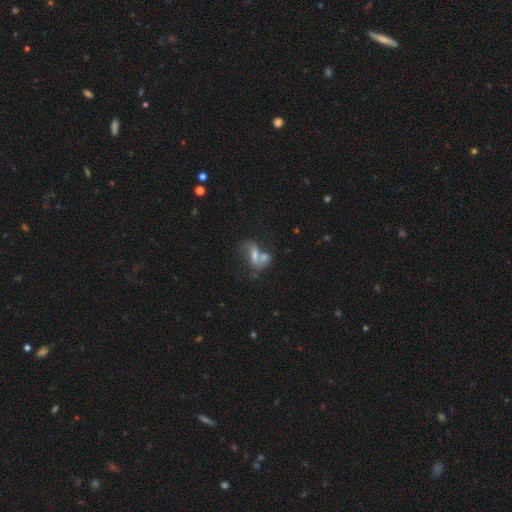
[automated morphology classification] A smooth galaxy with no disk features (52%) that is in between round and cigar-shaped (79%).

Vote fractions:
- Smooth or featured? smooth: 52% / featured or disk: 35% / star or artifact: 13%
- How rounded? in between: 79% / round: 13% / cigar-shaped: 8%
- Merging? merger: 55% / none: 23% / minor disturbance: 11% / major disturbance: 11%